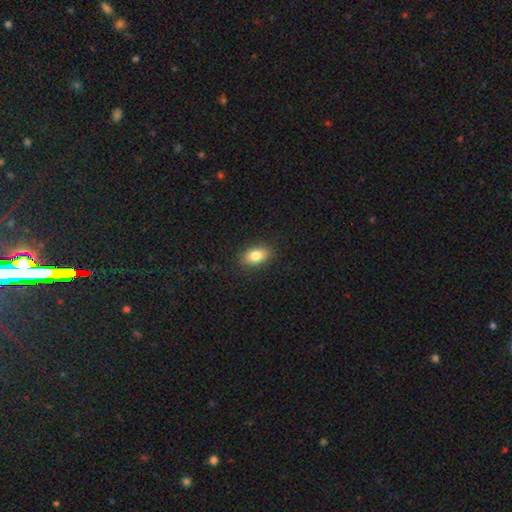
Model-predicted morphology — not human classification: A smooth galaxy with no disk features (82%) that is in between round and cigar-shaped (87%). Merging: none (88%).